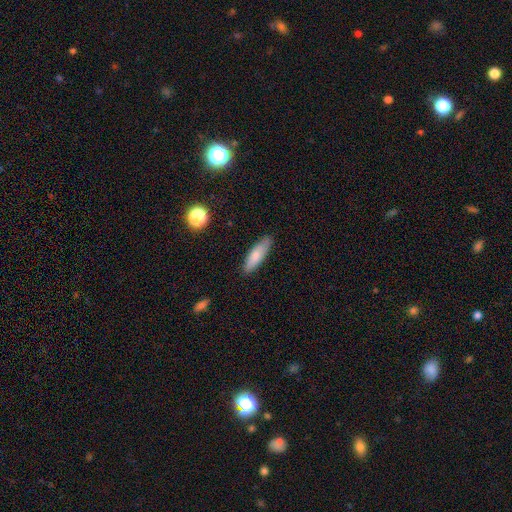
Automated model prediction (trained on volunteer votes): The model was most divided on "how rounded": cigar-shaped: 60%, in between: 38%, round: 2%. More confident: merging — none (85%); smooth or featured — smooth (78%).